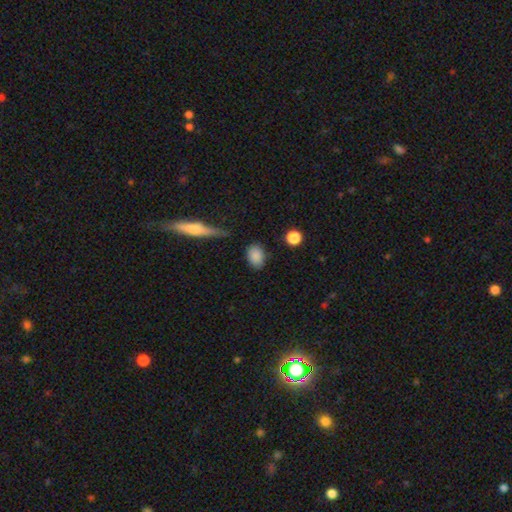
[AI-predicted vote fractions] A smooth galaxy with no disk features (87%) that is in between round and cigar-shaped (76%). Merging: none (78%).